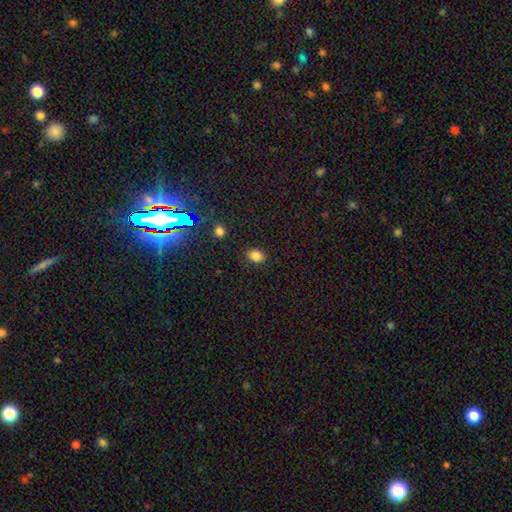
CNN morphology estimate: smooth_or_featured: smooth (p=0.83) [alt: star or artifact p=0.12]
how_rounded: in between (p=0.74) [alt: round p=0.25]
merging: none (p=0.86) [alt: minor disturbance p=0.10]